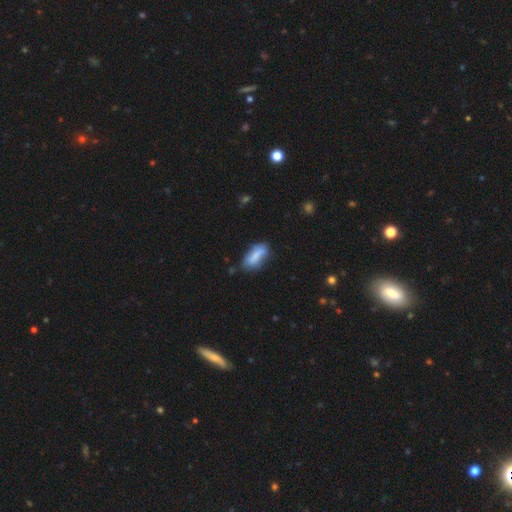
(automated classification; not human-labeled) Smooth or featured? smooth (74%)
How rounded? in between (74%)
Merging? none (56%)